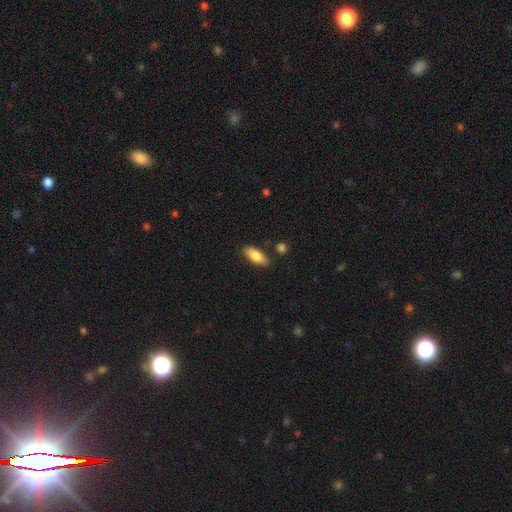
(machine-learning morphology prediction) Smooth or featured?
  - smooth: 79% *
  - featured or disk: 14%
  - star or artifact: 6%
How rounded?
  - in between: 82% *
  - cigar-shaped: 16%
  - round: 3%
Merging?
  - none: 80% *
  - minor disturbance: 13%
  - merger: 4%
  - major disturbance: 3%